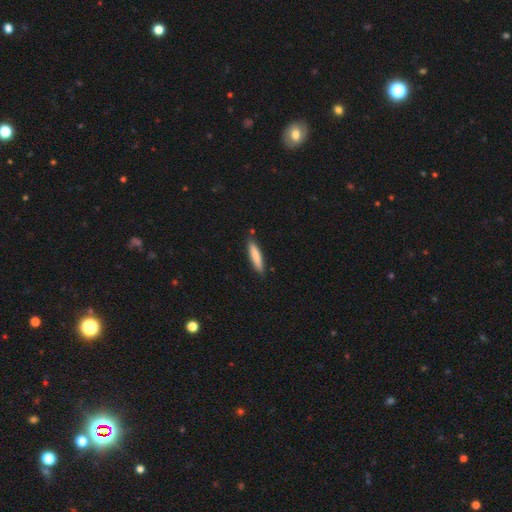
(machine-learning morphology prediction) Smooth or featured: smooth — 80% (featured or disk — 14%)
How rounded: cigar-shaped — 87% (in between — 12%)
Merging: none — 85% (minor disturbance — 11%)